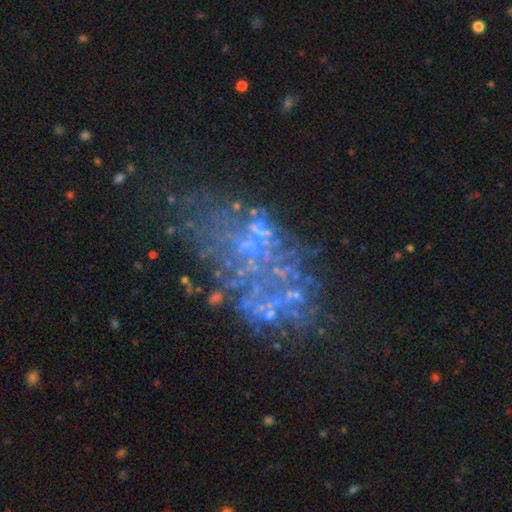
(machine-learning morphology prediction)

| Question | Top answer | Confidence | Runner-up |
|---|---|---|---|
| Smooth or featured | featured or disk | 58% | star or artifact (27%) |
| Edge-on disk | no | 97% | yes (3%) |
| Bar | no | 95% | weak (4%) |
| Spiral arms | no | 95% | yes (5%) |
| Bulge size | none | 82% | small (11%) |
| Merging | none | 47% | major disturbance (24%) |